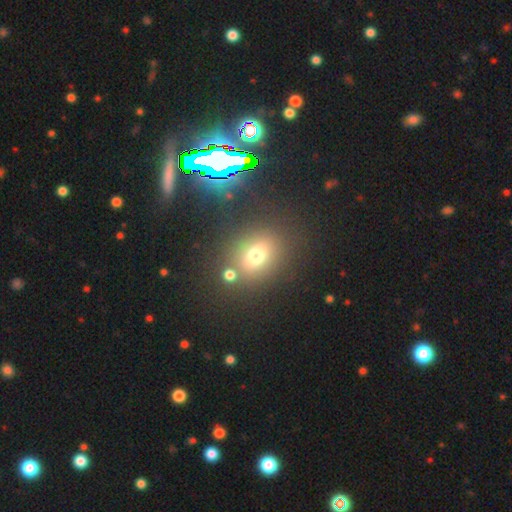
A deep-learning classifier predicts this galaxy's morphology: A smooth galaxy with no disk features (68%) that is round (56%). Merging: none (74%).